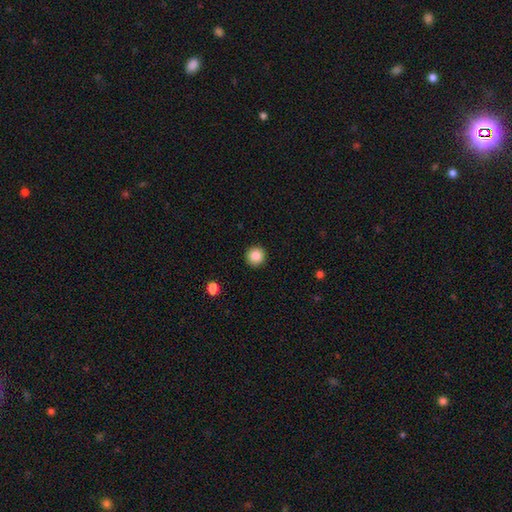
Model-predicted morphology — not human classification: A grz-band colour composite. It shows a smooth galaxy with no disk features (86%) that is round (95%). Merging: none (93%).